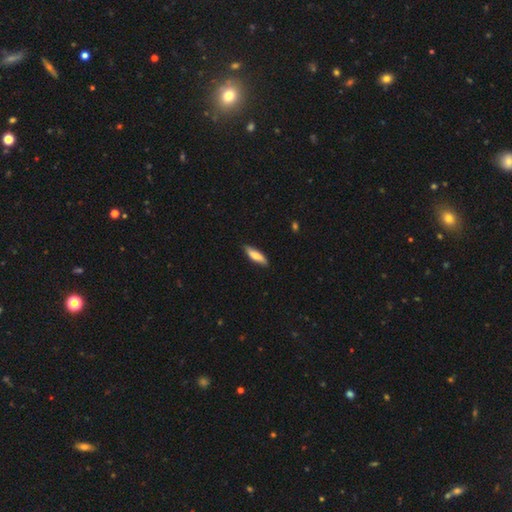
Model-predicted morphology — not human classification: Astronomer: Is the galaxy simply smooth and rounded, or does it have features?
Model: smooth — 70%.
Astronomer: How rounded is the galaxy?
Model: cigar-shaped — 61% (runner-up: in between, 38%).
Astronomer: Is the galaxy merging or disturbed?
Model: none — 84%.